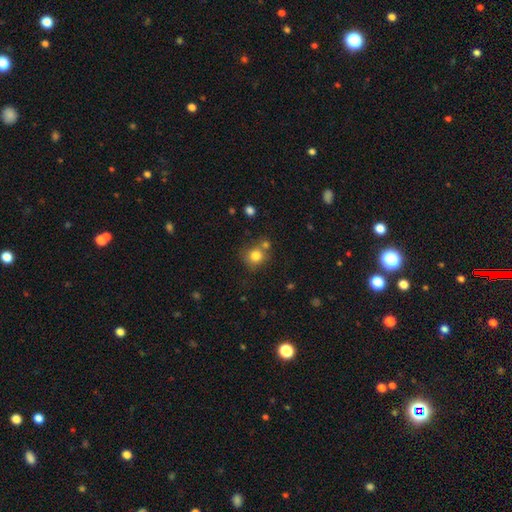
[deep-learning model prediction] This is clearly a smooth galaxy (81%). How rounded: clearly round (84%). Merging: likely none (61%).